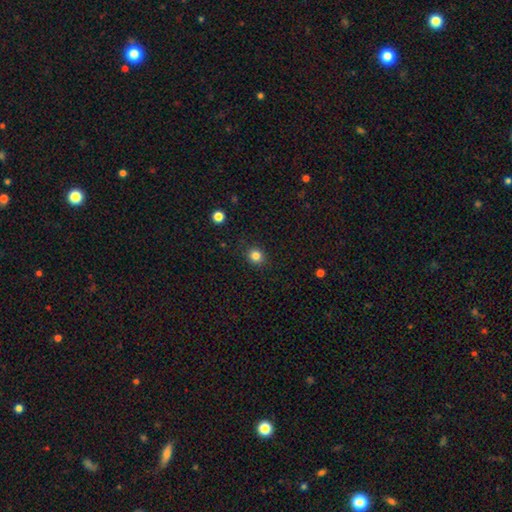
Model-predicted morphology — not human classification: Smooth or featured? smooth (83%)
How rounded? round (85%)
Merging? none (88%)